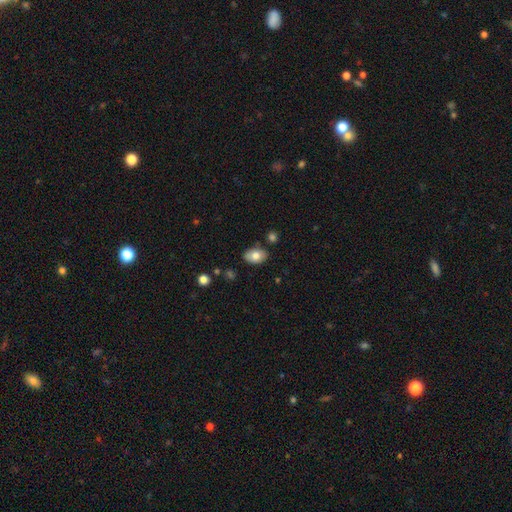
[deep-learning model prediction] A smooth galaxy with no disk features (77%) that is in between round and cigar-shaped (88%).

Vote fractions:
- Smooth or featured? smooth: 77% / featured or disk: 16% / star or artifact: 7%
- How rounded? in between: 88% / round: 11% / cigar-shaped: 1%
- Merging? none: 84% / minor disturbance: 11% / merger: 3% / major disturbance: 2%